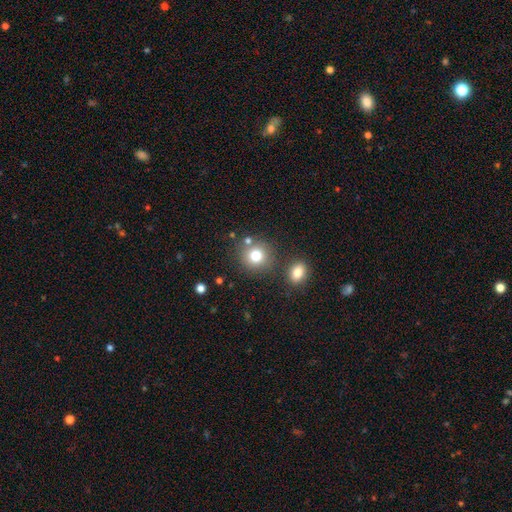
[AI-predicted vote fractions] Smooth or featured? Predicted: smooth (p=0.78). How rounded? Predicted: round (p=0.88). Merging? Predicted: none (p=0.75).